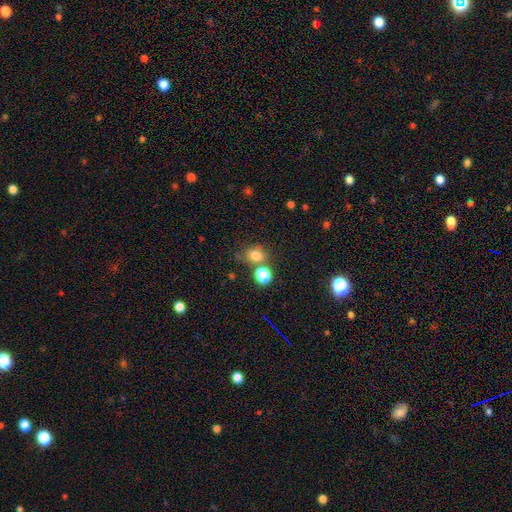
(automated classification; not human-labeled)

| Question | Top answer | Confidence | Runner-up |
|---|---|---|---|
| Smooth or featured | smooth | 76% | star or artifact (16%) |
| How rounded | round | 68% | in between (31%) |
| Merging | none | 61% | merger (19%) |